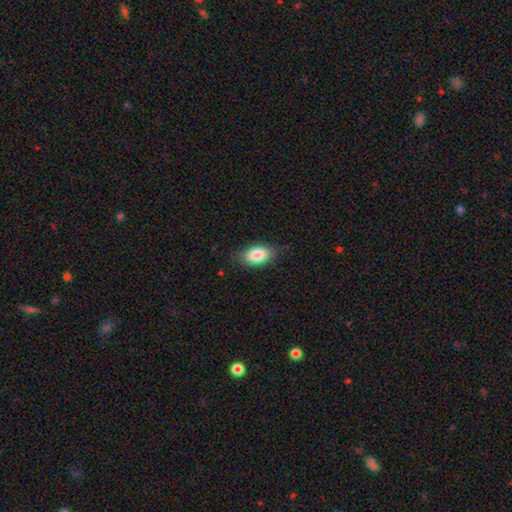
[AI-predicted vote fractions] Smooth or featured: smooth — 85% (featured or disk — 8%)
How rounded: in between — 92% (round — 5%)
Merging: none — 79% (minor disturbance — 16%)